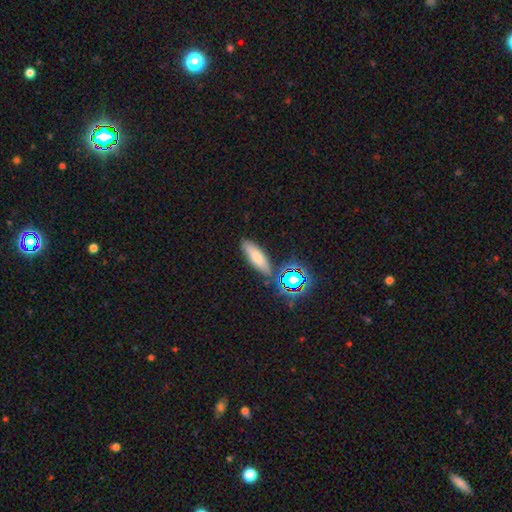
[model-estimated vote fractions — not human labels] Overall: smooth (62%). How rounded: cigar-shaped (47%; in between 46%). Merging: none (81%).